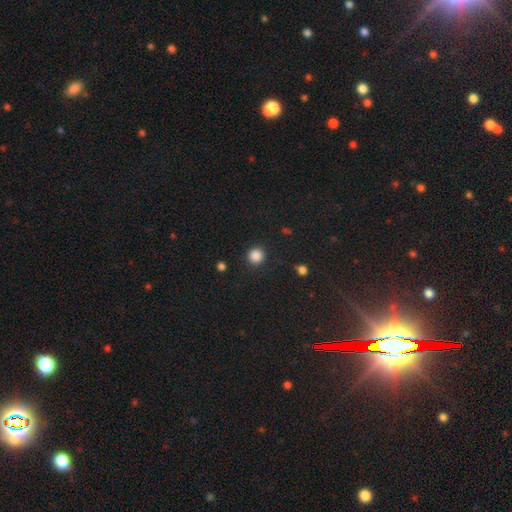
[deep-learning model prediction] Smooth or featured: smooth — 87% (star or artifact — 11%)
How rounded: round — 93% (in between — 7%)
Merging: none — 89% (minor disturbance — 6%)